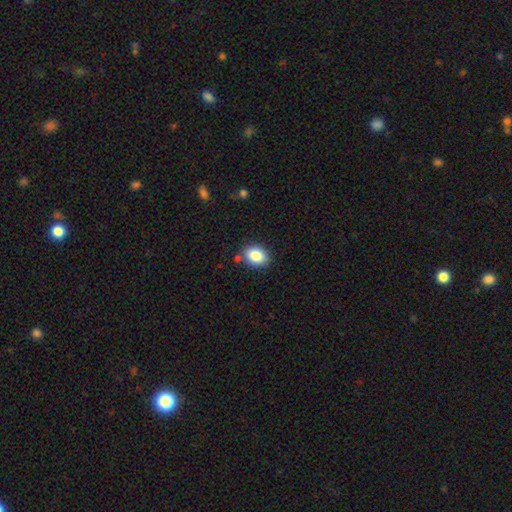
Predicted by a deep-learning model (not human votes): A smooth galaxy with no disk features (85%) that is in between round and cigar-shaped (65%).

Vote fractions:
- Smooth or featured? smooth: 85% / star or artifact: 9% / featured or disk: 7%
- How rounded? in between: 65% / round: 34% / cigar-shaped: 1%
- Merging? none: 83% / minor disturbance: 11% / merger: 4% / major disturbance: 3%